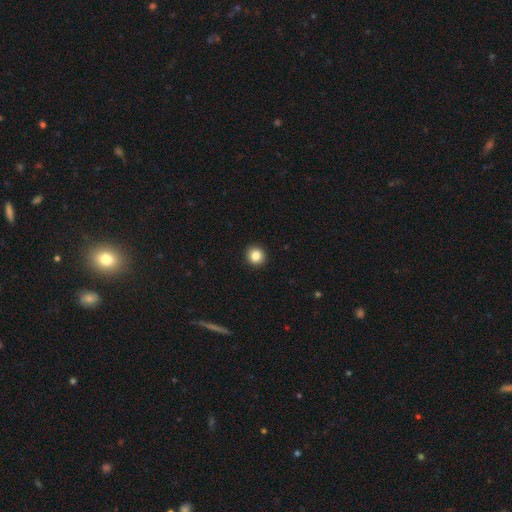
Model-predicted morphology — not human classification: Q: Smooth or featured?
A: smooth (85%); runner-up: star or artifact (10%)
Q: How rounded?
A: round (93%); runner-up: in between (6%)
Q: Merging?
A: none (93%); runner-up: minor disturbance (4%)